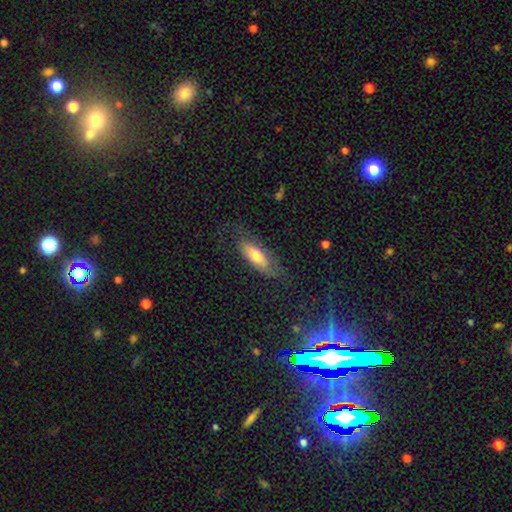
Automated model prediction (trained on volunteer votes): Morphology: type=smooth (59%); roundness=in between (70%); merging=none (67%).